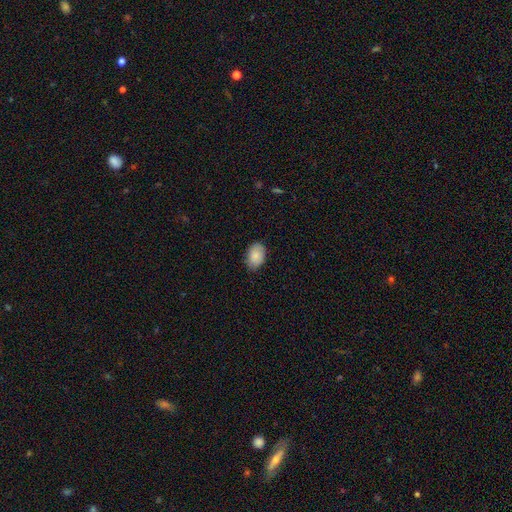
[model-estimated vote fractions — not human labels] Smooth or featured? Predicted: smooth (p=0.87). How rounded? Predicted: in between (p=0.86). Merging? Predicted: none (p=0.83).